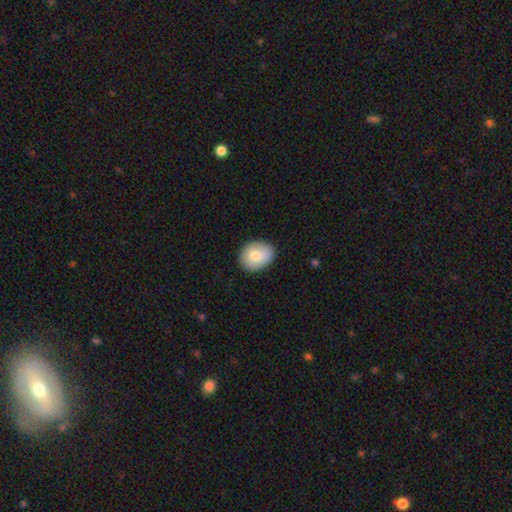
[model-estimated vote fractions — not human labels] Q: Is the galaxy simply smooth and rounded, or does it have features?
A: smooth — 77%.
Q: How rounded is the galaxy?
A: in between — 56%.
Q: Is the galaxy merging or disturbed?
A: none — 83%.